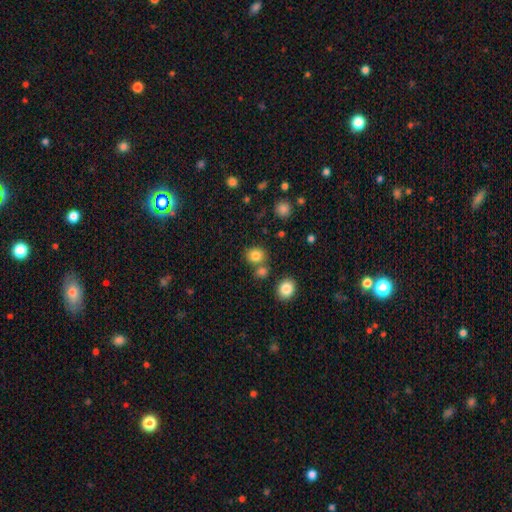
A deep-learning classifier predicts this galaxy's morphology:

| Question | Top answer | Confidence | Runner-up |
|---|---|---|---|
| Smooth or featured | smooth | 82% | star or artifact (12%) |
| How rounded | round | 70% | in between (29%) |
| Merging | none | 70% | merger (17%) |